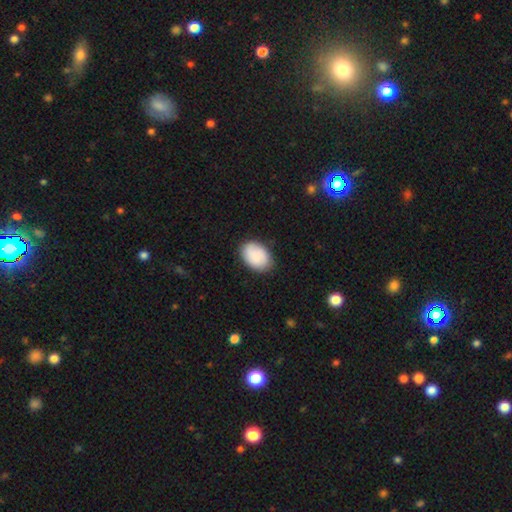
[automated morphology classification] Smooth or featured? Predicted: smooth (p=0.87). How rounded? Predicted: in between (p=0.84). Merging? Predicted: none (p=0.83).